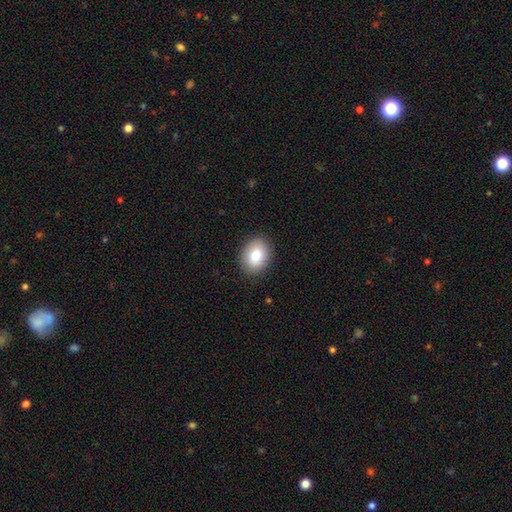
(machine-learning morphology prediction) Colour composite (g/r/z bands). It shows a smooth galaxy with no disk features (81%) that is in between round and cigar-shaped (65%). Merging: none (89%).